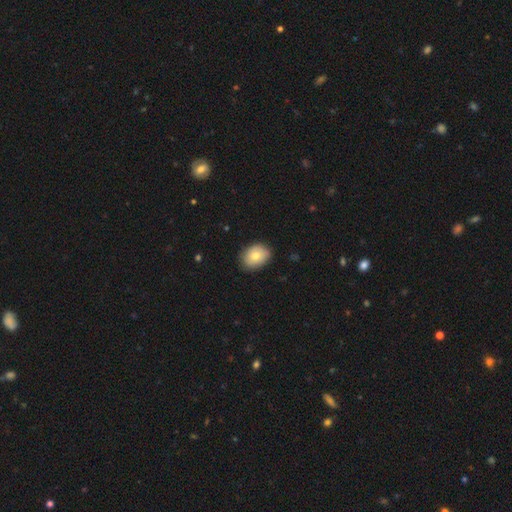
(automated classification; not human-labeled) Smooth or featured? Predicted: smooth (p=0.76). How rounded? Predicted: in between (p=0.64). Merging? Predicted: none (p=0.83).